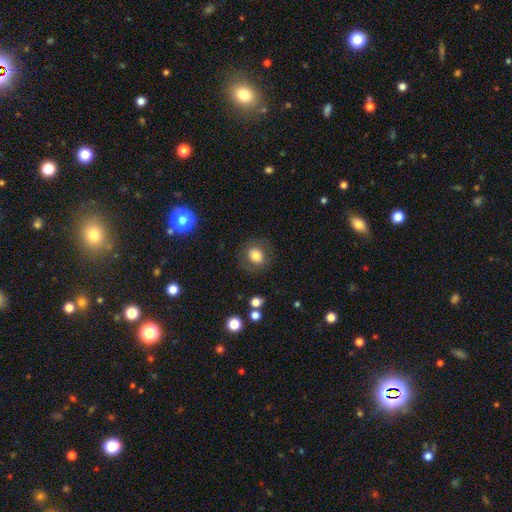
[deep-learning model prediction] Smooth or featured? Predicted: smooth (p=0.74). How rounded? Predicted: round (p=0.65). Merging? Predicted: none (p=0.80).